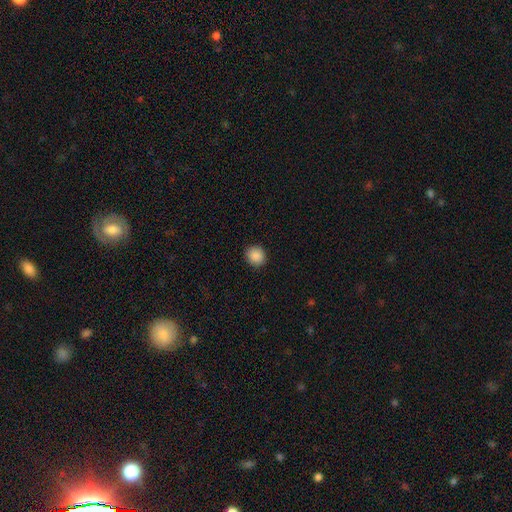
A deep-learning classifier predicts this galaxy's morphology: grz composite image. It shows a smooth galaxy with no disk features (89%) that is round (87%). Merging: none (91%).